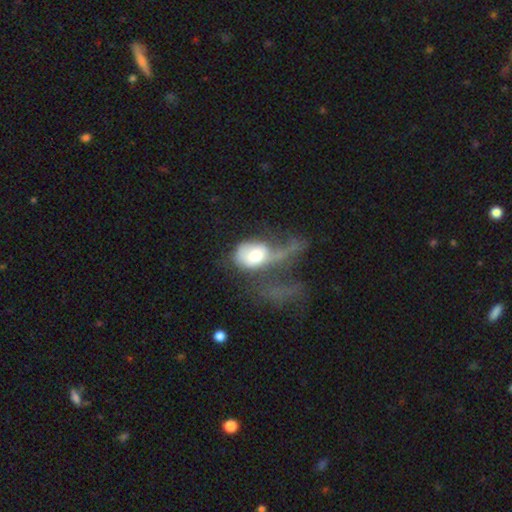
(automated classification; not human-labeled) Q: Smooth or featured?
A: smooth (53%); runner-up: featured or disk (39%)
Q: How rounded?
A: in between (62%); runner-up: round (35%)
Q: Merging?
A: major disturbance (68%); runner-up: none (11%)